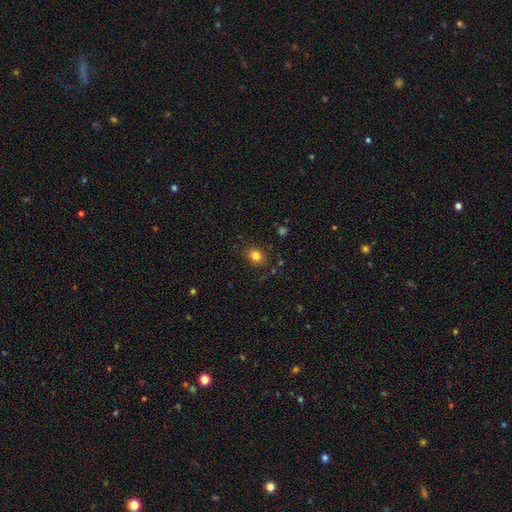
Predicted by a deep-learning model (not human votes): Smooth or featured? Predicted: smooth (p=0.81). How rounded? Predicted: round (p=0.65). Merging? Predicted: none (p=0.83).